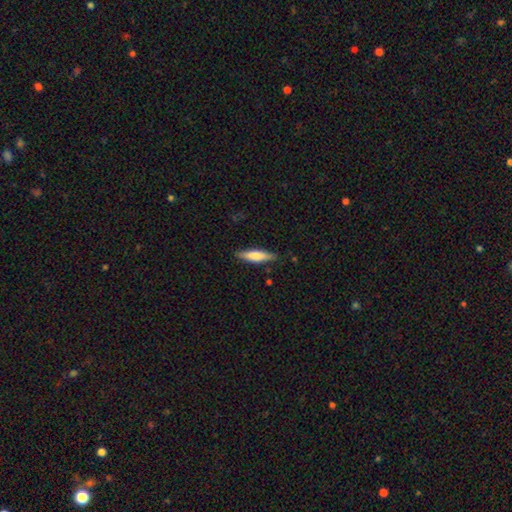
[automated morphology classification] smooth 67%, featured or disk 27%, star or artifact 6%. Down the decision tree: how rounded — cigar-shaped (73%); merging — none (85%).